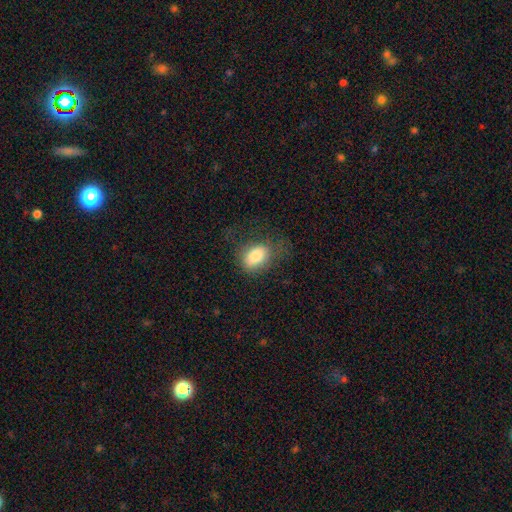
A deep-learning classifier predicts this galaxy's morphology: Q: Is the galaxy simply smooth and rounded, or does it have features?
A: smooth — 81%.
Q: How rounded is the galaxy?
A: in between — 84%.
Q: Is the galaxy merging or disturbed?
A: none — 56%.